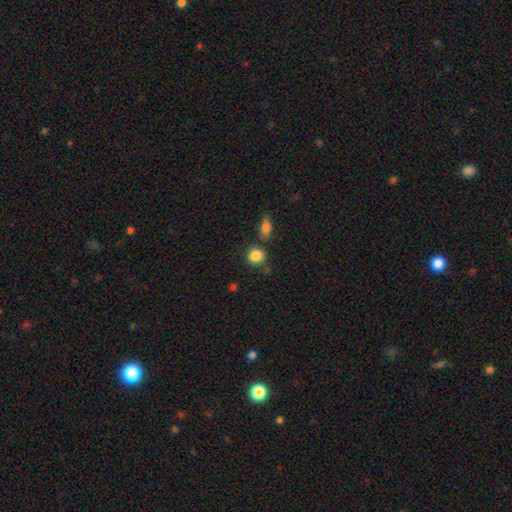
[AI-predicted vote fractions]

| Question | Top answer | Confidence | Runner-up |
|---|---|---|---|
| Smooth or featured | smooth | 86% | star or artifact (9%) |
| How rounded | round | 74% | in between (25%) |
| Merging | none | 75% | minor disturbance (12%) |